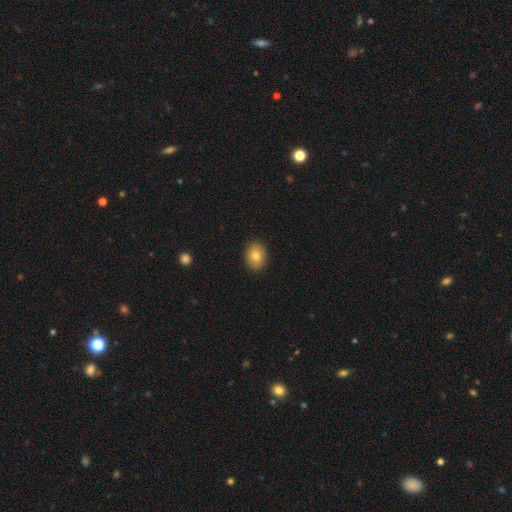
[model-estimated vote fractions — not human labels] Smooth or featured? smooth (79%)
How rounded? in between (59%)
Merging? none (89%)